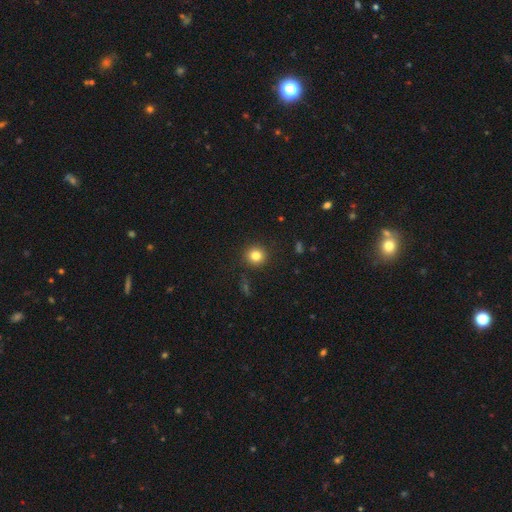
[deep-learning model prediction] This appears to be a smooth galaxy with no disk features (82%) that is round (92%). Merging: none (91%).